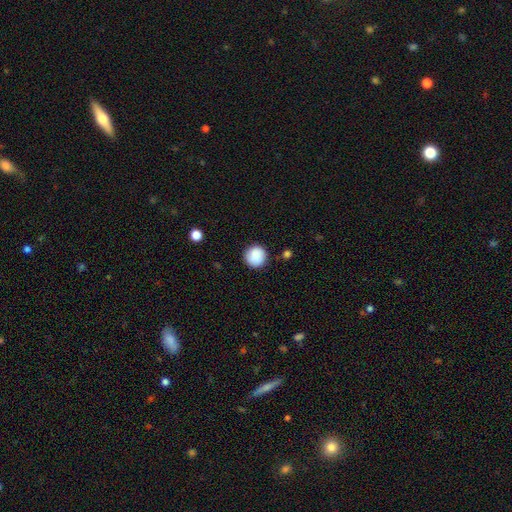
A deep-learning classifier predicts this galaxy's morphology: A smooth galaxy with no disk features (87%) that is round (95%).

Vote fractions:
- Smooth or featured? smooth: 87% / star or artifact: 8% / featured or disk: 5%
- How rounded? round: 95% / in between: 4% / cigar-shaped: 1%
- Merging? none: 87% / minor disturbance: 9% / major disturbance: 2% / merger: 2%